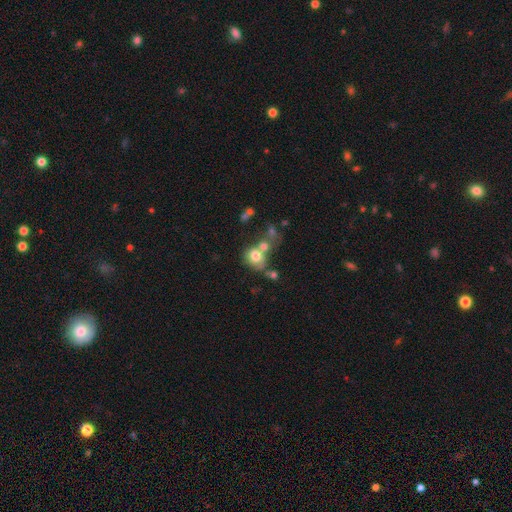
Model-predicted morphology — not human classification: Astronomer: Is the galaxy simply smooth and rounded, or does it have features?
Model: smooth — 71%.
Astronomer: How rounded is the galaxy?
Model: round — 64%.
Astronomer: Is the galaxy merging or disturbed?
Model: merger — 49% (runner-up: none, 29%).